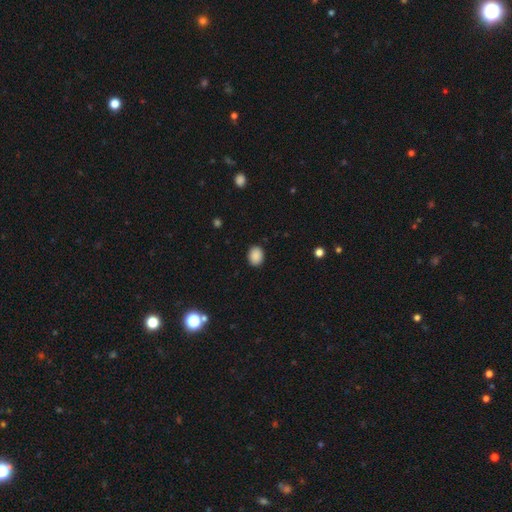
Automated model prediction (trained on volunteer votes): Smooth or featured? Predicted: smooth (p=0.88). How rounded? Predicted: in between (p=0.50). Merging? Predicted: none (p=0.89).